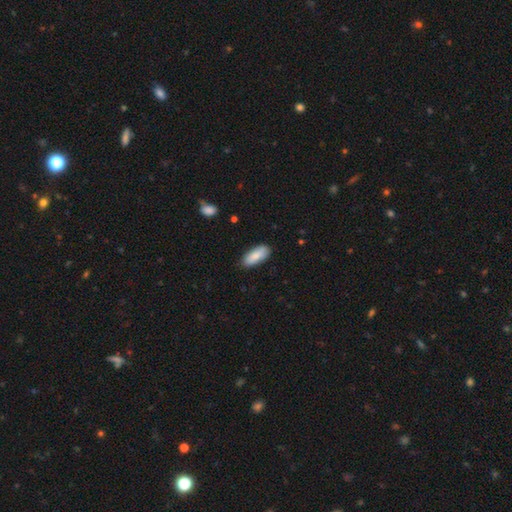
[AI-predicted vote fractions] A smooth galaxy with no disk features (86%) that is in between round and cigar-shaped (81%). Merging: none (84%).